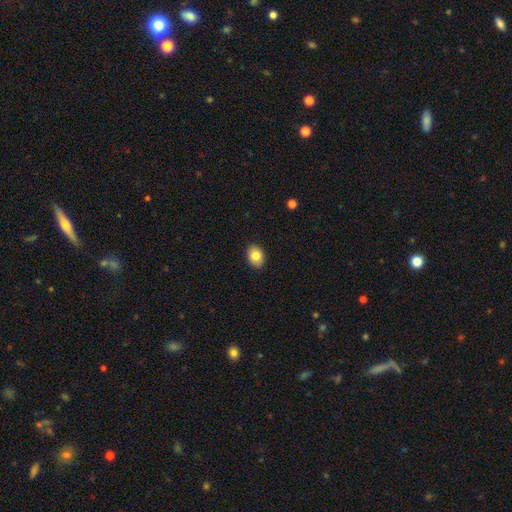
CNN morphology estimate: smooth_or_featured: smooth (p=0.83) [alt: featured or disk p=0.09]
how_rounded: in between (p=0.67) [alt: round p=0.32]
merging: none (p=0.89) [alt: minor disturbance p=0.08]